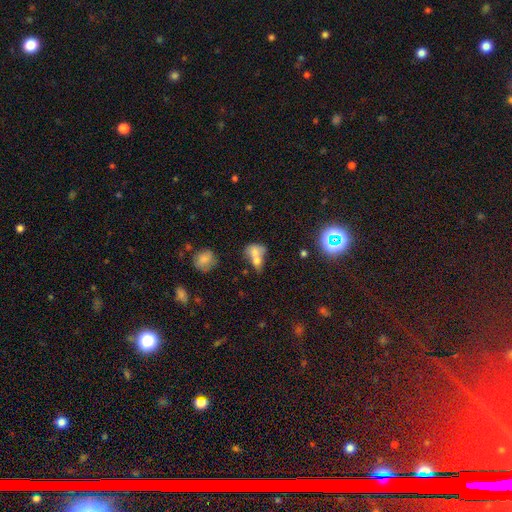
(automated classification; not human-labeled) smooth 69%, featured or disk 18%, star or artifact 13%. Down the decision tree: how rounded — in between (63%); merging — merger (67%).